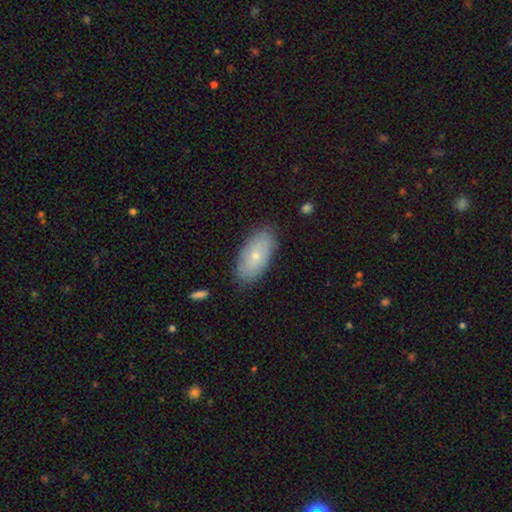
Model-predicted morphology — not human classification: This is likely a smooth galaxy (69%). How rounded: clearly in between (92%). Merging: clearly none (84%).